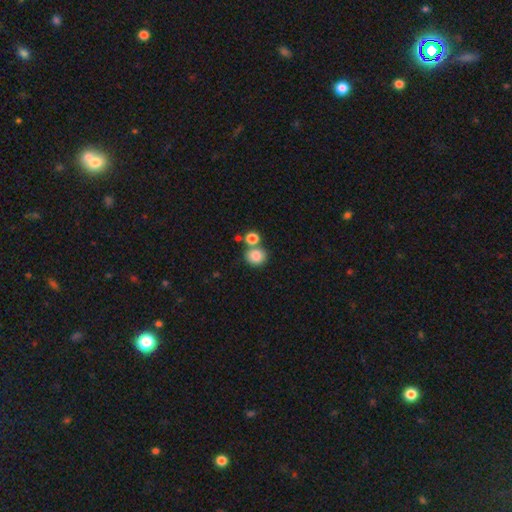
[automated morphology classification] A smooth galaxy with no disk features (83%) that is round (82%).

Vote fractions:
- Smooth or featured? smooth: 83% / star or artifact: 10% / featured or disk: 7%
- How rounded? round: 82% / in between: 17% / cigar-shaped: 1%
- Merging? none: 60% / merger: 28% / minor disturbance: 9% / major disturbance: 3%